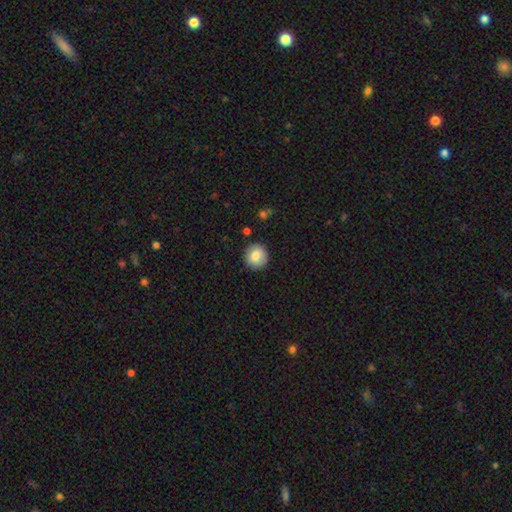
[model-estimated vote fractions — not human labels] A smooth galaxy with no disk features (82%) that is round (93%). Merging: none (89%).